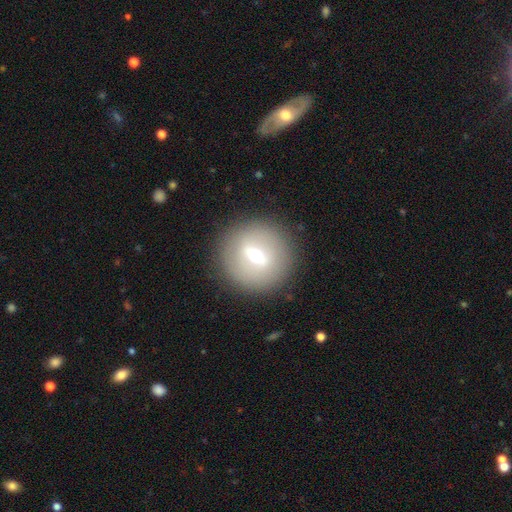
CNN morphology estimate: smooth_or_featured: featured or disk (p=0.45) [tied with: smooth p=0.45]
merging: none (p=0.88) [alt: minor disturbance p=0.07]